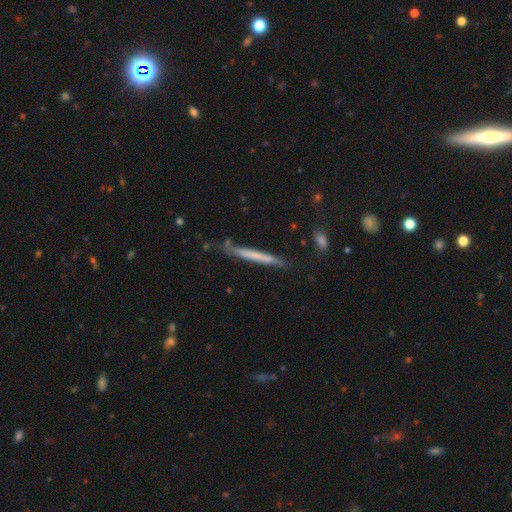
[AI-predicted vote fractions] Overall: smooth (49%; featured or disk 45%). Merging: none (71%).